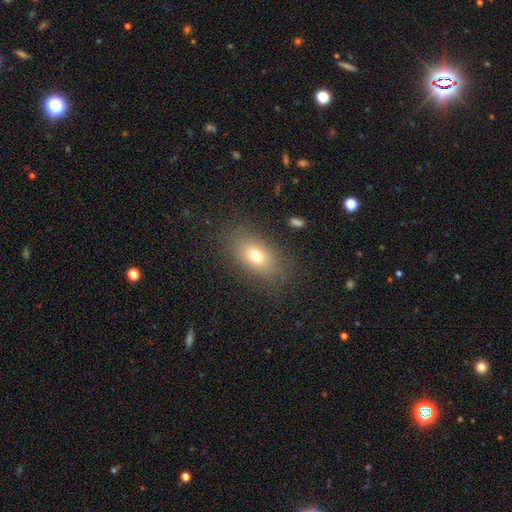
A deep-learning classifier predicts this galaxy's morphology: Smooth or featured?
  - smooth: 71% *
  - featured or disk: 16%
  - star or artifact: 13%
How rounded?
  - in between: 82% *
  - round: 14%
  - cigar-shaped: 4%
Merging?
  - none: 82% *
  - minor disturbance: 11%
  - major disturbance: 6%
  - merger: 1%